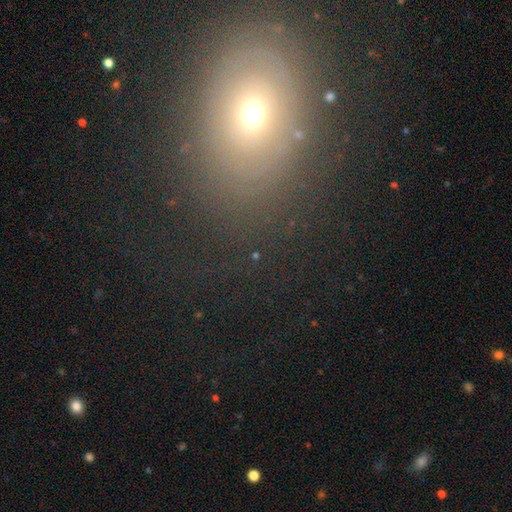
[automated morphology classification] type=star or artifact (60%).